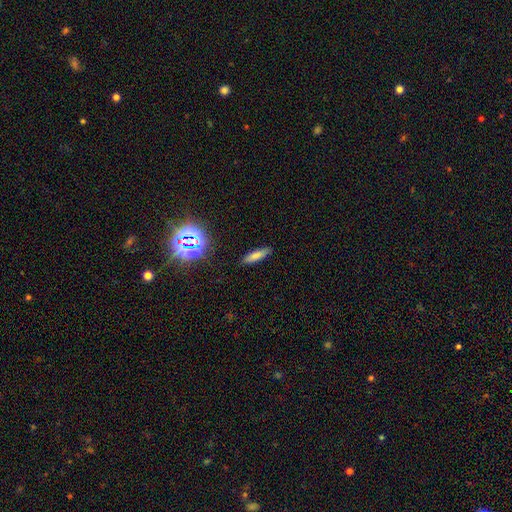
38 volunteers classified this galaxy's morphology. Smooth or featured: smooth — 82% (featured or disk — 13%)
How rounded: cigar-shaped — 68% (in between — 32%)
Merging: none — 83% (minor disturbance — 11%)